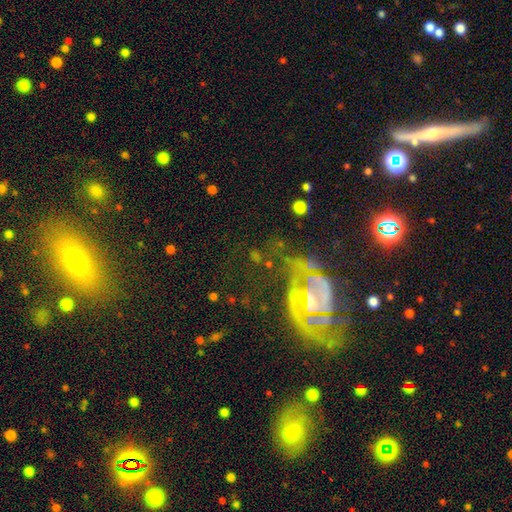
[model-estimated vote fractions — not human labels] featured or disk 65%, star or artifact 18%, smooth 17%. Down the decision tree: edge-on disk — no (93%); bar — weak (38%); spiral arms — yes (81%); bulge size — small (48%); merging — none (50%).